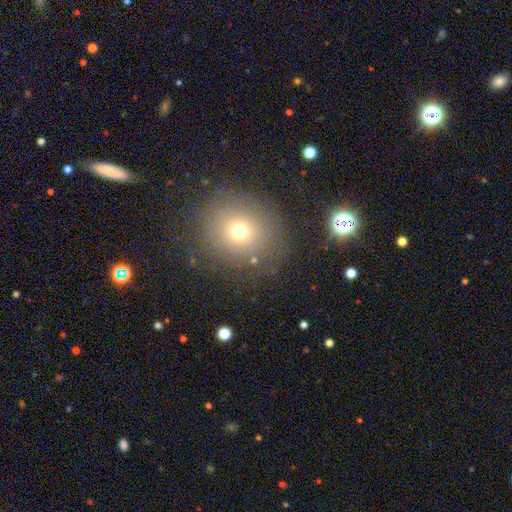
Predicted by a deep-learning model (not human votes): Smooth or featured? smooth (64%)
How rounded? round (86%)
Merging? none (84%)